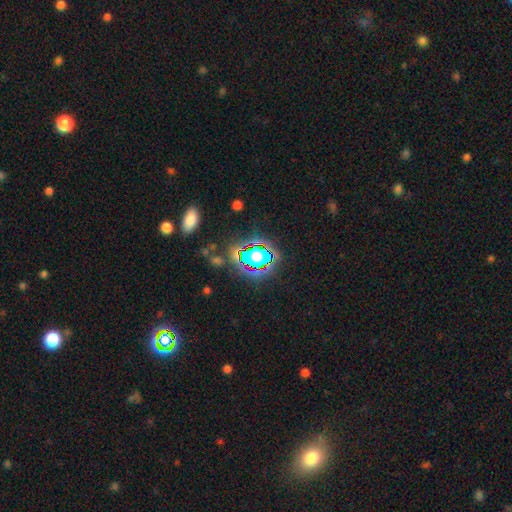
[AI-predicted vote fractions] Smooth or featured?
  - star or artifact: 53% *
  - smooth: 31%
  - featured or disk: 16%